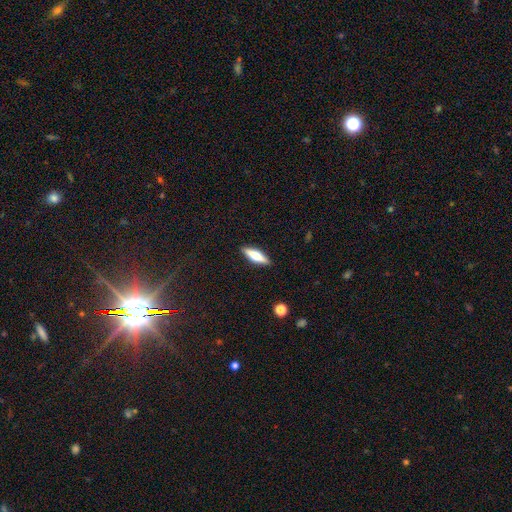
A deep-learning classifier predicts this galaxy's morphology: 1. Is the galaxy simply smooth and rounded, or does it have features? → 51% smooth, 43% featured or disk, 6% star or artifact.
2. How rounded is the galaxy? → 63% cigar-shaped, 35% in between, 2% round.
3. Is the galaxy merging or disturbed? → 89% none, 8% minor disturbance, 2% major disturbance, 1% merger.